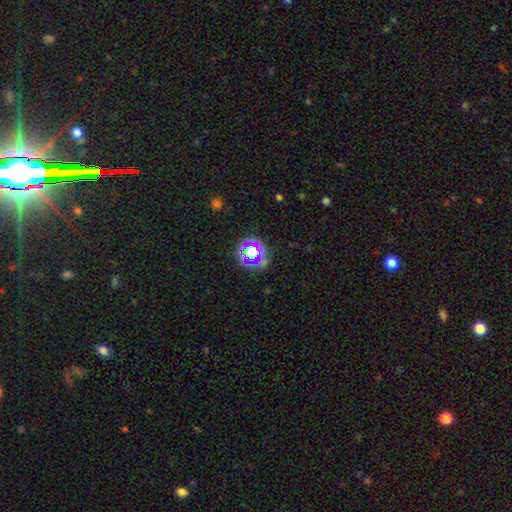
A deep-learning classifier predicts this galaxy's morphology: Smooth or featured: star or artifact — 67% (smooth — 23%)